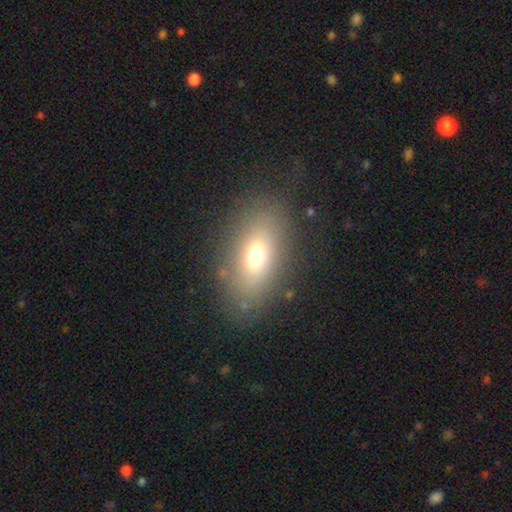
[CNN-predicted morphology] type=smooth (68%); roundness=in between (84%); merging=none (80%).